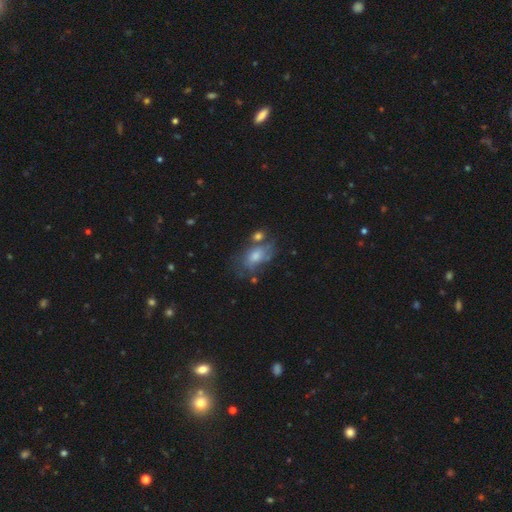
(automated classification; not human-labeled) Smooth or featured? smooth (44%)
Merging? none (55%)